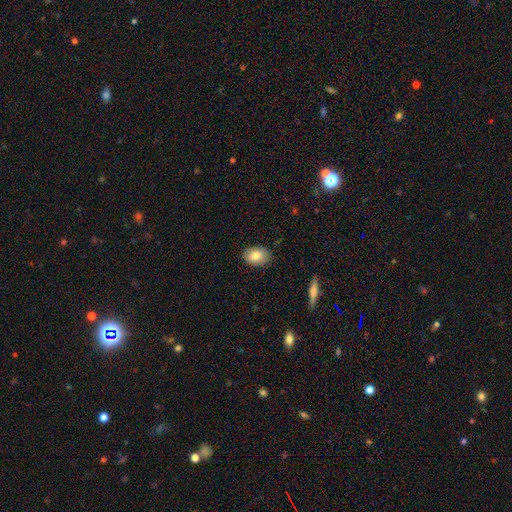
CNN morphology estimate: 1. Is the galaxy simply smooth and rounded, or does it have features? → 79% smooth, 13% featured or disk, 7% star or artifact.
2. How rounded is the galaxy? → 84% in between, 15% round, 1% cigar-shaped.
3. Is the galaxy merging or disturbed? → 85% none, 12% minor disturbance, 2% major disturbance, 1% merger.